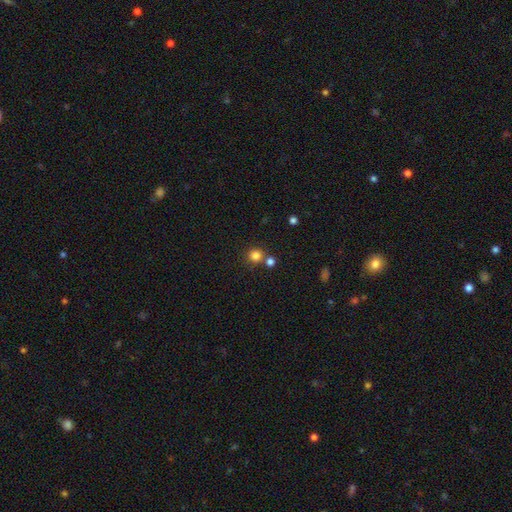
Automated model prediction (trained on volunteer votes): Overall: smooth (82%). How rounded: round (92%). Merging: none (73%).